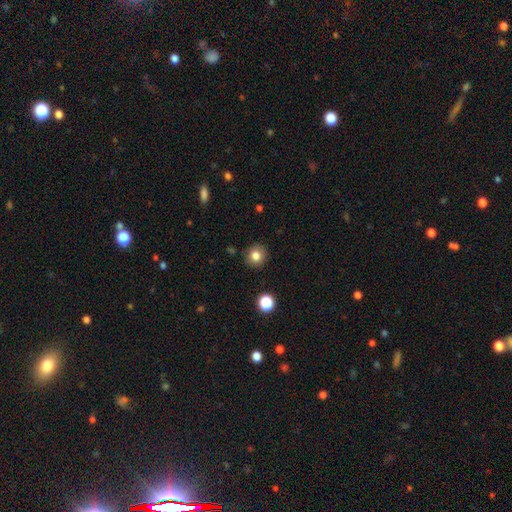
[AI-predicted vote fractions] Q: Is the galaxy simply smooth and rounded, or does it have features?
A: smooth — 81%.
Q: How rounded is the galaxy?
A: round — 88%.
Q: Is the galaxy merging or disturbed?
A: none — 89%.